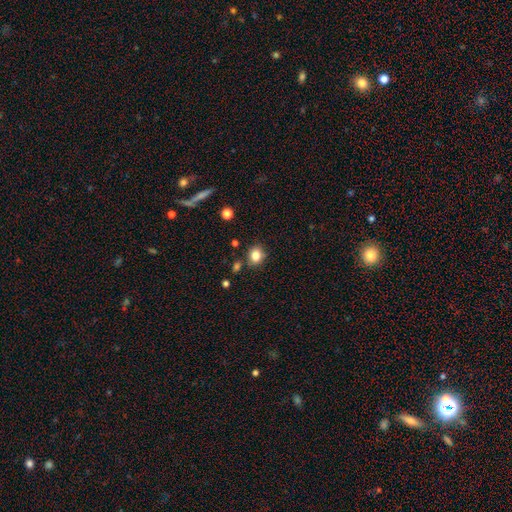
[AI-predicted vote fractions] A smooth galaxy with no disk features (82%) that is round (64%). Merging: none (79%).